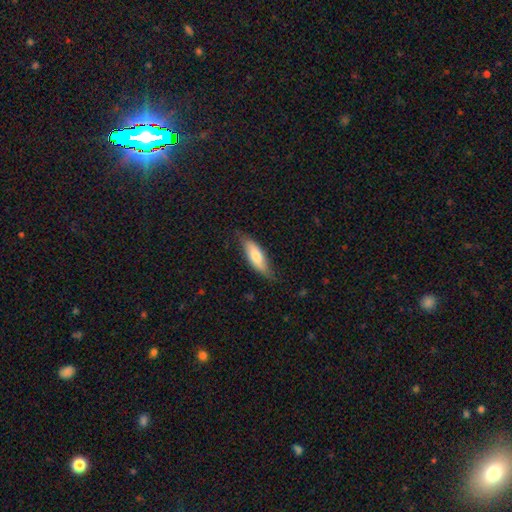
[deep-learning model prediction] Smooth or featured: smooth — 68% (featured or disk — 27%)
How rounded: in between — 54% (cigar-shaped — 44%)
Merging: none — 72% (minor disturbance — 23%)